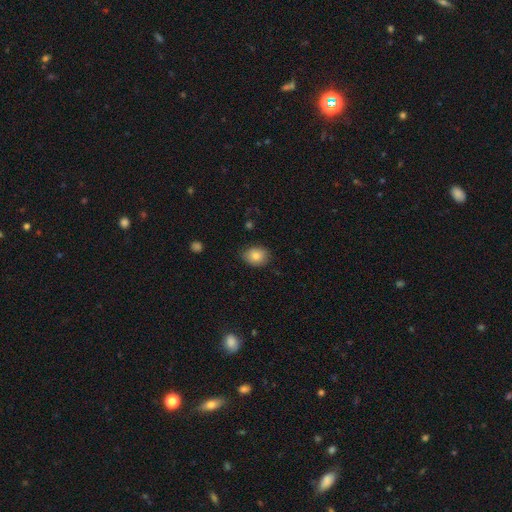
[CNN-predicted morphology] smooth_or_featured: smooth (p=0.83) [alt: star or artifact p=0.09]
how_rounded: in between (p=0.51) [alt: round p=0.48]
merging: none (p=0.81) [alt: minor disturbance p=0.15]